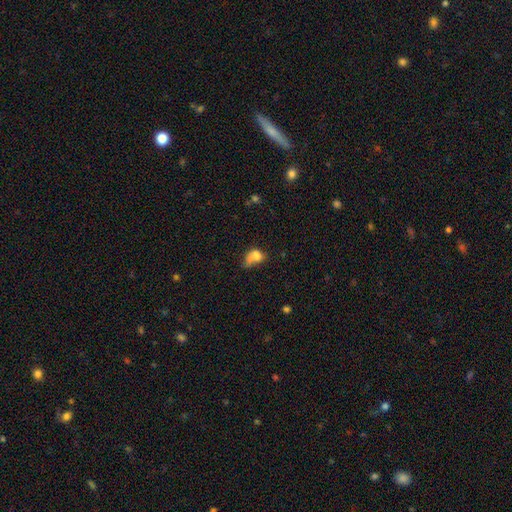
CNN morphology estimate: Q: Smooth or featured?
A: smooth (70%); runner-up: featured or disk (17%)
Q: How rounded?
A: in between (70%); runner-up: round (28%)
Q: Merging?
A: merger (38%); runner-up: major disturbance (22%)